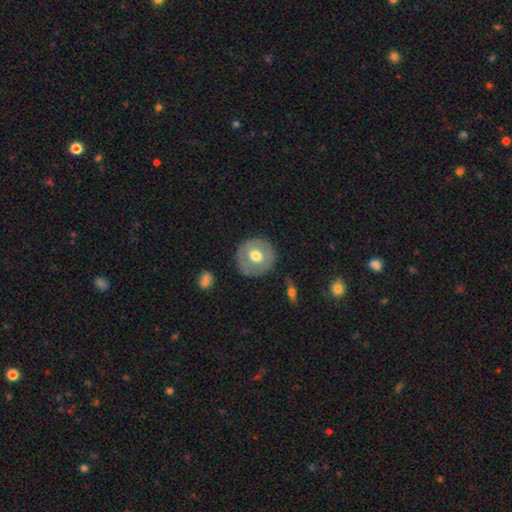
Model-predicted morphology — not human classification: This is possibly a smooth galaxy (55%). How rounded: clearly round (91%). Merging: clearly none (84%).